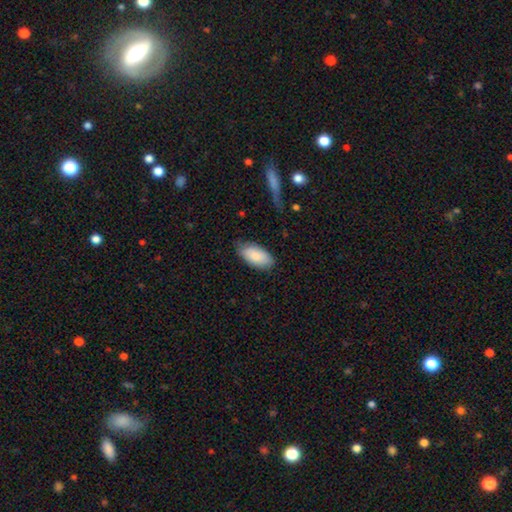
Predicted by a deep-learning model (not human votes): Q: Smooth or featured?
A: smooth (85%); runner-up: featured or disk (9%)
Q: How rounded?
A: in between (94%); runner-up: cigar-shaped (4%)
Q: Merging?
A: none (74%); runner-up: minor disturbance (21%)